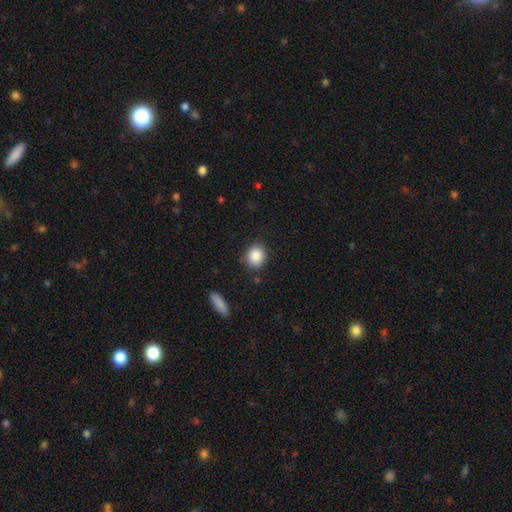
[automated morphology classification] smooth 87%, star or artifact 8%, featured or disk 5%. Down the decision tree: how rounded — round (60%); merging — none (83%).